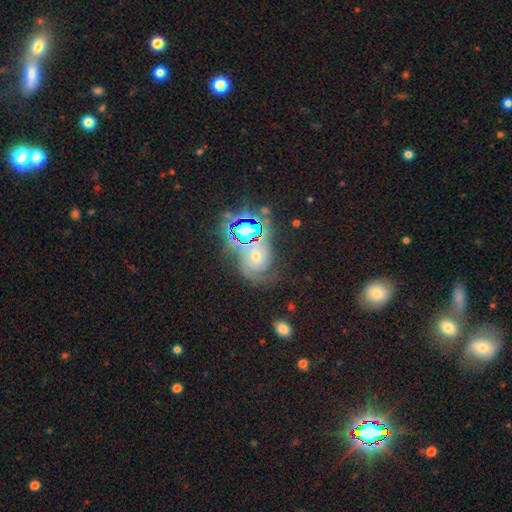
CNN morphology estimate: A featured or disk galaxy (51%). Merging: none (58%).